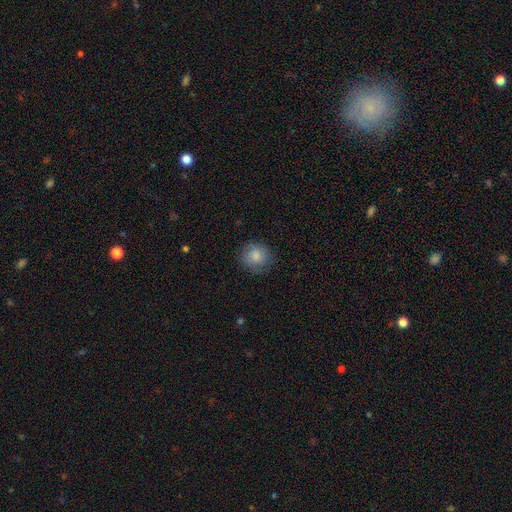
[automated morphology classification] smooth-or-featured: smooth: 82% | featured or disk: 11% | star or artifact: 8%
  how-rounded: round: 90% | in between: 9% | cigar-shaped: 1%
  merging: none: 82% | minor disturbance: 14% | major disturbance: 4% | merger: 1%